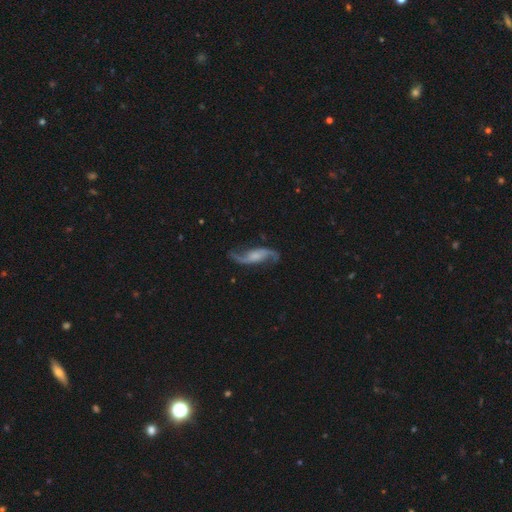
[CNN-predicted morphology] The model was most divided on "bulge size": none: 33%, small: 29%, moderate: 24%, large: 11%, dominant: 2%. More confident: spiral arms — yes (97%); spiral arm count — 2 (94%); edge-on disk — no (93%); smooth or featured — featured or disk (87%); spiral winding — loose (82%); merging — none (77%); bar — no (51%).